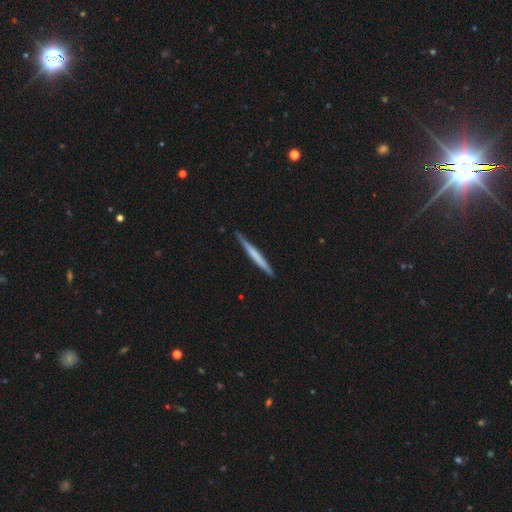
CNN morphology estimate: Q: Smooth or featured?
A: smooth (49%); runner-up: featured or disk (46%)
Q: Merging?
A: none (88%); runner-up: minor disturbance (9%)